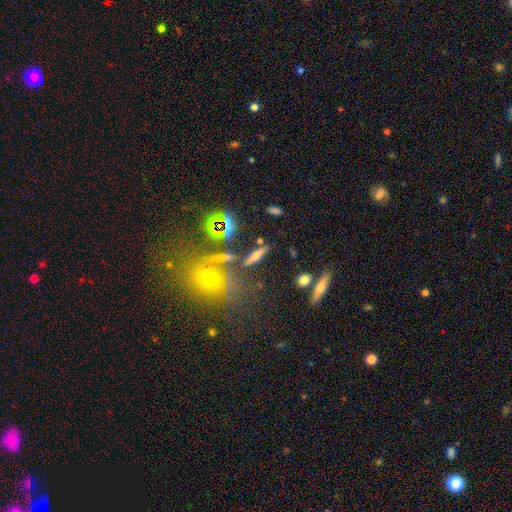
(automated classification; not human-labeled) A featured or disk galaxy (44%). Merging: none (77%).